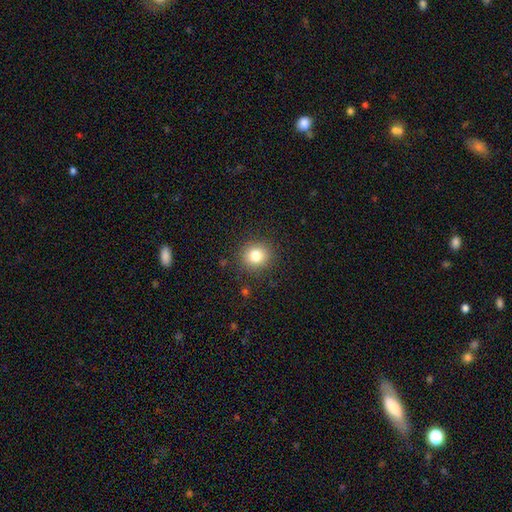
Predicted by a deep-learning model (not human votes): A smooth galaxy with no disk features (81%) that is round (89%).

Vote fractions:
- Smooth or featured? smooth: 81% / star or artifact: 12% / featured or disk: 8%
- How rounded? round: 89% / in between: 10% / cigar-shaped: 1%
- Merging? none: 89% / minor disturbance: 7% / major disturbance: 3% / merger: 1%